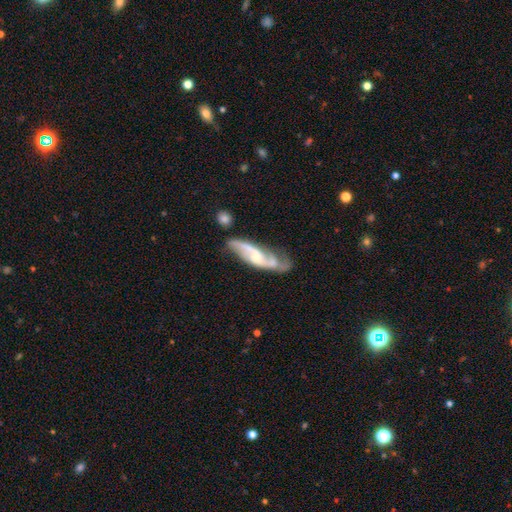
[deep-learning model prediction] The model was most divided on "bar" (2-way tie): weak: 43%, no: 43%, strong: 14%. Remaining: spiral arms — yes (93%); edge-on disk — no (86%); spiral arm count — 2 (82%); smooth or featured — featured or disk (79%); merging — none (50%); spiral winding — loose (49%); bulge size — moderate (47%).